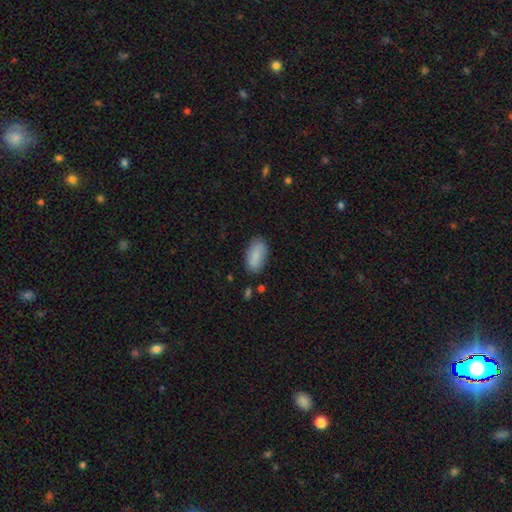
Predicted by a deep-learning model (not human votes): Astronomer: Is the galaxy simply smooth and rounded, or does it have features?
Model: smooth — 87%.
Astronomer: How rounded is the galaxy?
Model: in between — 92%.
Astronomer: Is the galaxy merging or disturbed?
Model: none — 79%.